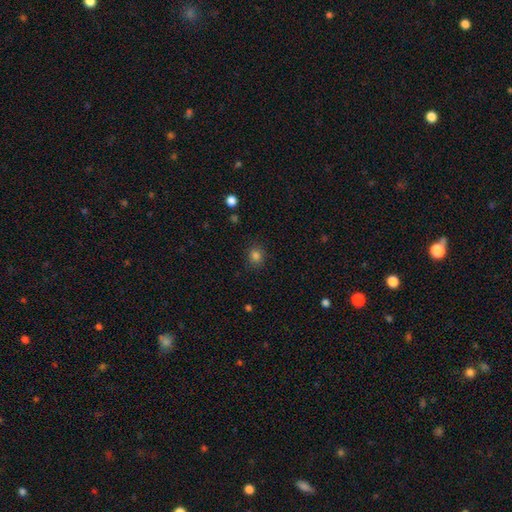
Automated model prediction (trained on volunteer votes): The model was most divided on "smooth or featured": smooth: 80%, star or artifact: 15%, featured or disk: 5%. More confident: merging — none (88%); how rounded — round (83%).